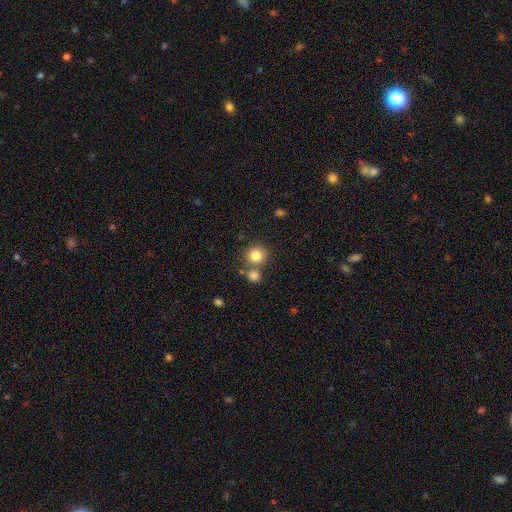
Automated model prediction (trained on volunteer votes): smooth_or_featured: smooth (p=0.82) [alt: star or artifact p=0.11]
how_rounded: round (p=0.90) [alt: in between p=0.09]
merging: none (p=0.66) [alt: merger p=0.23]